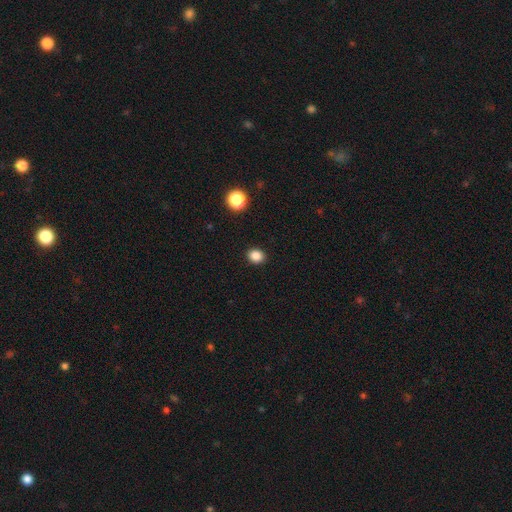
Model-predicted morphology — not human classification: Smooth or featured?
  - smooth: 85% *
  - star or artifact: 11%
  - featured or disk: 3%
How rounded?
  - round: 66% *
  - in between: 33%
  - cigar-shaped: 1%
Merging?
  - none: 91% *
  - minor disturbance: 6%
  - major disturbance: 2%
  - merger: 1%